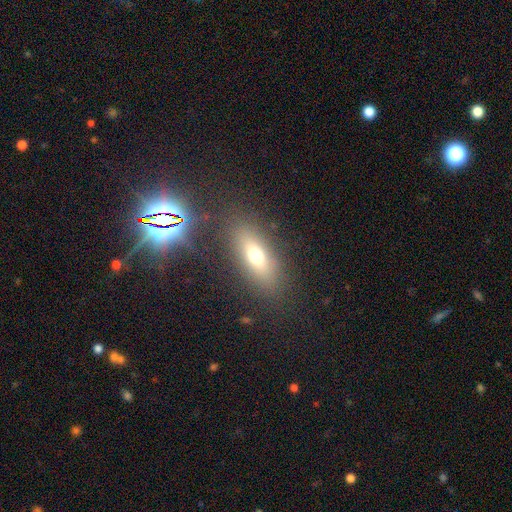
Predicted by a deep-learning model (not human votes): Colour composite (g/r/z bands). It shows a smooth galaxy with no disk features (64%) that is in between round and cigar-shaped (70%). Merging: none (81%).